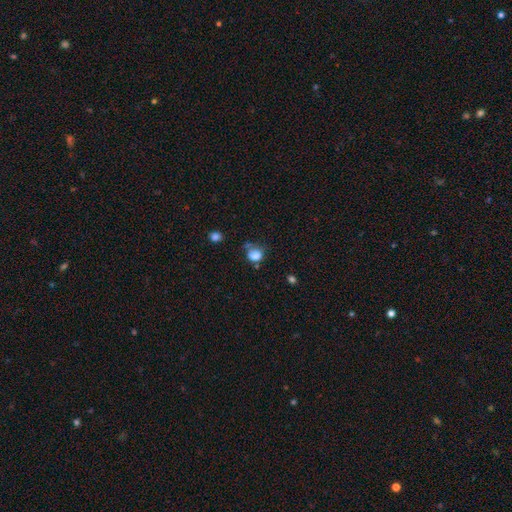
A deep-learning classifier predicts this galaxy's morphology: Smooth or featured? smooth (80%)
How rounded? round (61%)
Merging? none (45%)